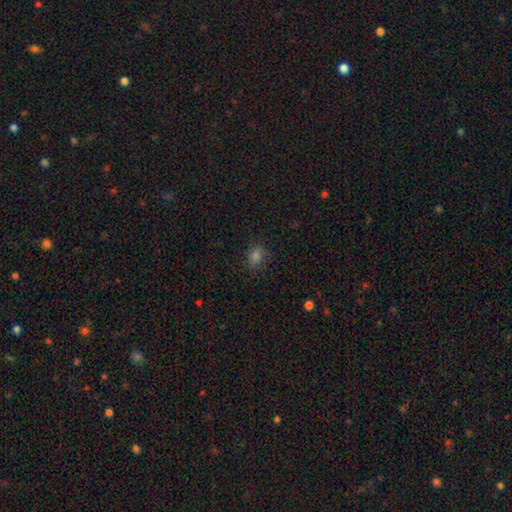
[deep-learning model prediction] A smooth galaxy with no disk features (78%) that is in between round and cigar-shaped (55%). Merging: none (81%).